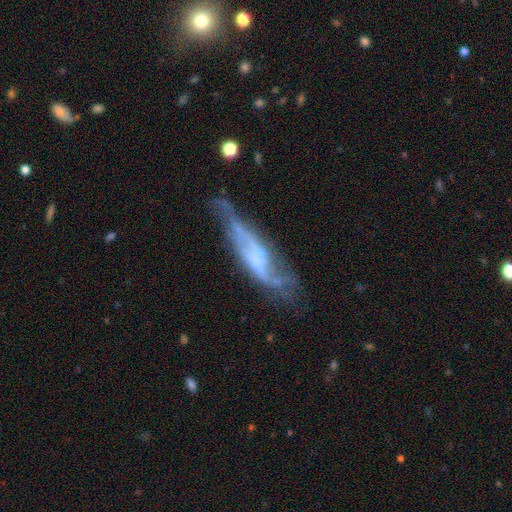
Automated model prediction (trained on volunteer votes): Overall: featured or disk (68%). Edge-on disk: no (56%; yes 44%). Merging: none (43%; minor disturbance 29%).